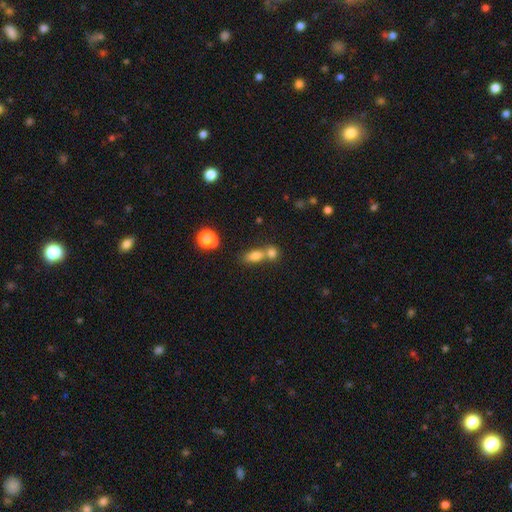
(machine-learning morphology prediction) smooth 76%, star or artifact 13%, featured or disk 11%. Down the decision tree: how rounded — in between (73%); merging — merger (48%).